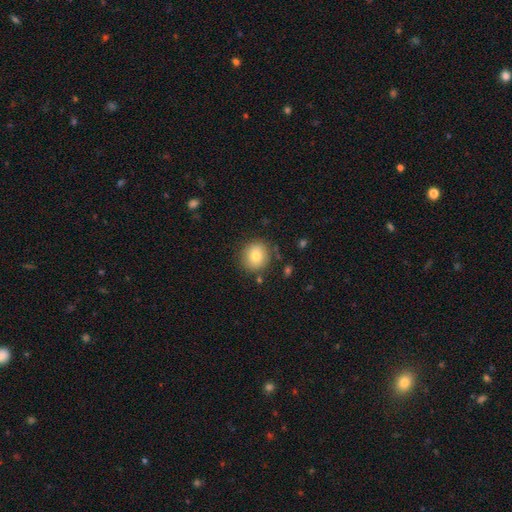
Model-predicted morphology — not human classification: Smooth or featured? Predicted: smooth (p=0.78). How rounded? Predicted: round (p=0.87). Merging? Predicted: none (p=0.85).